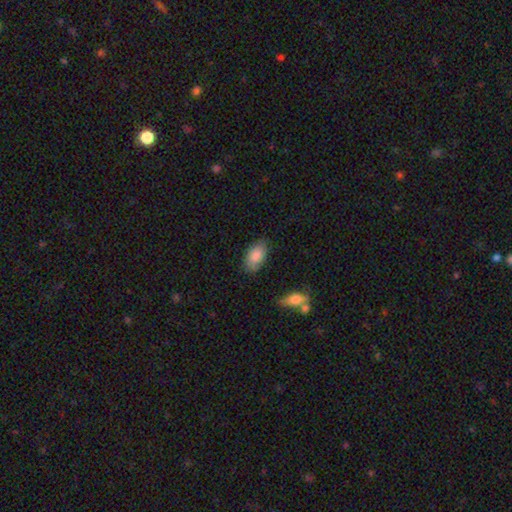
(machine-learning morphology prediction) Q: Smooth or featured?
A: smooth (85%); runner-up: featured or disk (9%)
Q: How rounded?
A: in between (94%); runner-up: round (3%)
Q: Merging?
A: none (79%); runner-up: minor disturbance (15%)